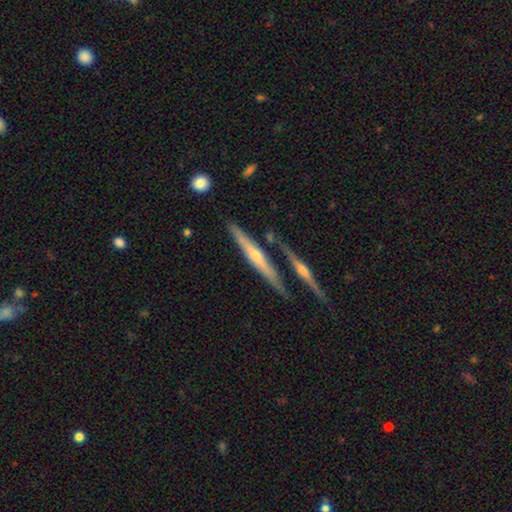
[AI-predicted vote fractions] Smooth or featured: featured or disk — 73% (smooth — 20%)
Edge-on disk: yes — 96% (no — 4%)
Edge-on bulge: rounded — 79% (none — 16%)
Merging: none — 74% (merger — 13%)